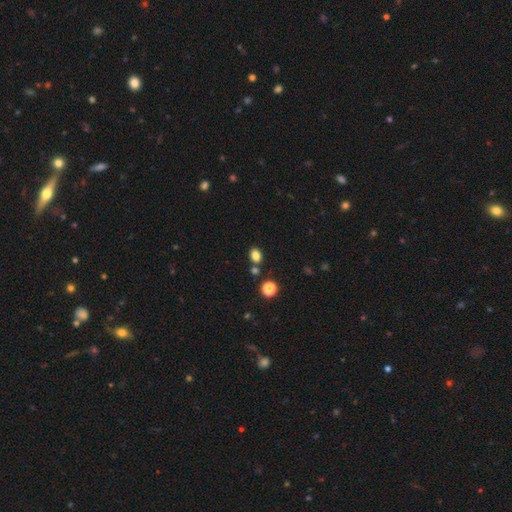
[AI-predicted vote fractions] Q: Smooth or featured?
A: smooth (82%); runner-up: star or artifact (13%)
Q: How rounded?
A: in between (68%); runner-up: round (31%)
Q: Merging?
A: none (74%); runner-up: merger (12%)